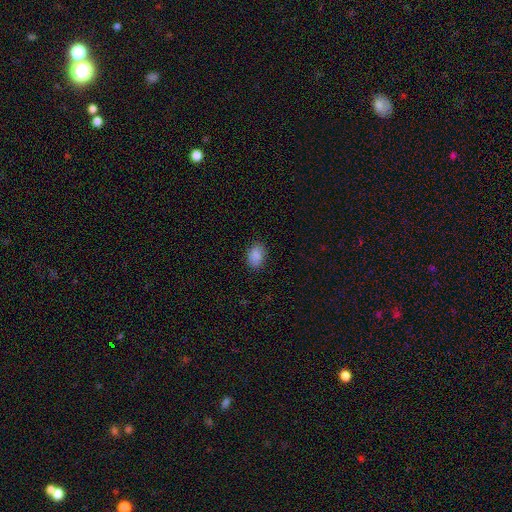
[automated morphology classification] type=smooth (88%); roundness=in between (80%); merging=none (85%).